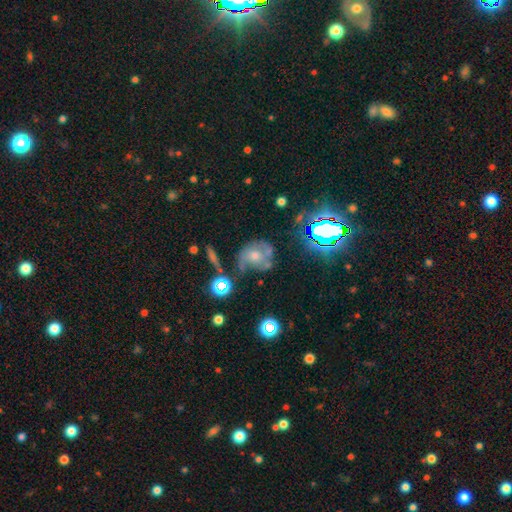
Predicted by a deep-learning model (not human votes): Smooth or featured?
  - featured or disk: 58% *
  - smooth: 22%
  - star or artifact: 21%
Edge-on disk?
  - no: 96% *
  - yes: 4%
Bar?
  - no: 75% *
  - weak: 20%
  - strong: 5%
Spiral arms?
  - yes: 79% *
  - no: 21%
Bulge size?
  - moderate: 58% *
  - small: 28%
  - large: 7%
  - none: 5%
  - dominant: 2%
Merging?
  - none: 43% *
  - minor disturbance: 23%
  - major disturbance: 22%
  - merger: 12%